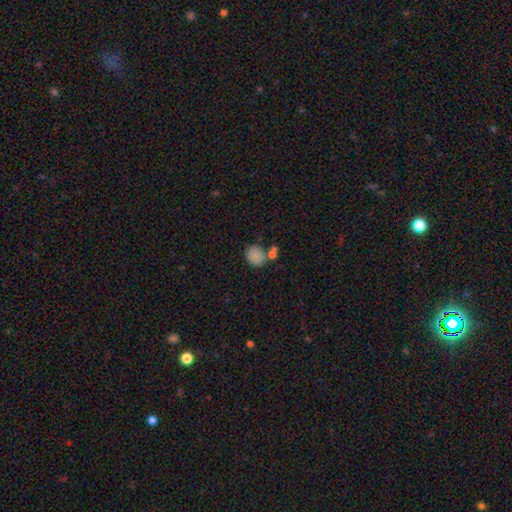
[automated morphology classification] Smooth or featured? Predicted: smooth (p=0.84). How rounded? Predicted: round (p=0.66). Merging? Predicted: none (p=0.60).